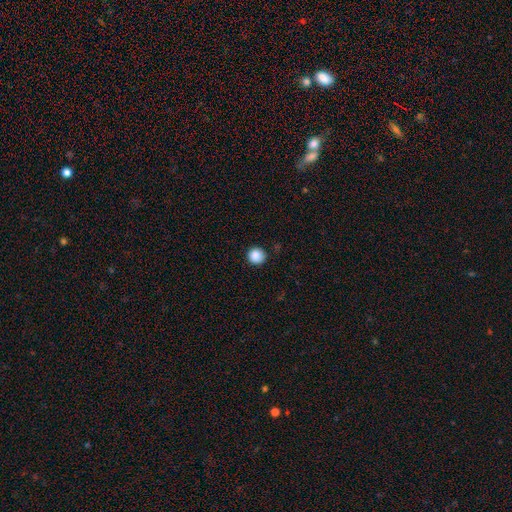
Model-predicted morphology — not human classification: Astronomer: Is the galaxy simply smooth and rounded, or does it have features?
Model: smooth — 88%.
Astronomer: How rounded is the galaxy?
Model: round — 94%.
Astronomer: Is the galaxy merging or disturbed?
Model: none — 90%.